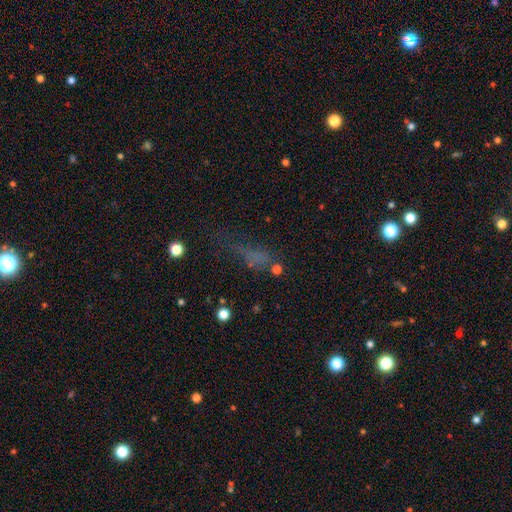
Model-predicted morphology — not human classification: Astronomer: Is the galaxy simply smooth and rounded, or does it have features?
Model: smooth — 48% (runner-up: star or artifact, 31%).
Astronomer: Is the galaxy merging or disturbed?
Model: none — 41% (runner-up: major disturbance, 31%).